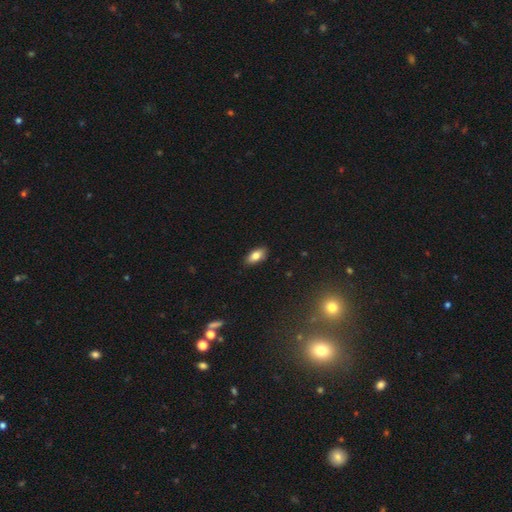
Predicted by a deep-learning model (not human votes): Morphology: type=smooth (80%); roundness=in between (89%); merging=none (87%).